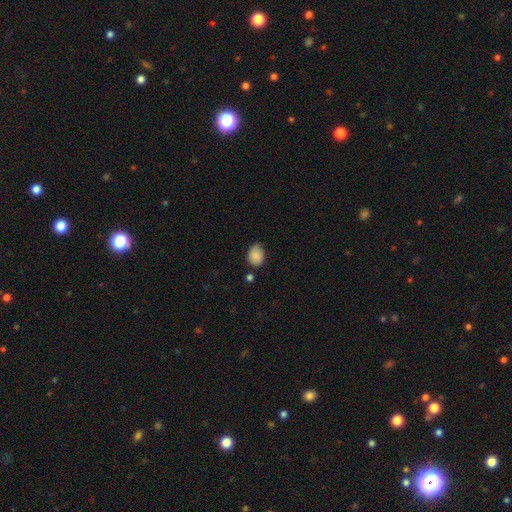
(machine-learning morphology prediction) Smooth or featured? smooth (86%)
How rounded? in between (69%)
Merging? none (68%)